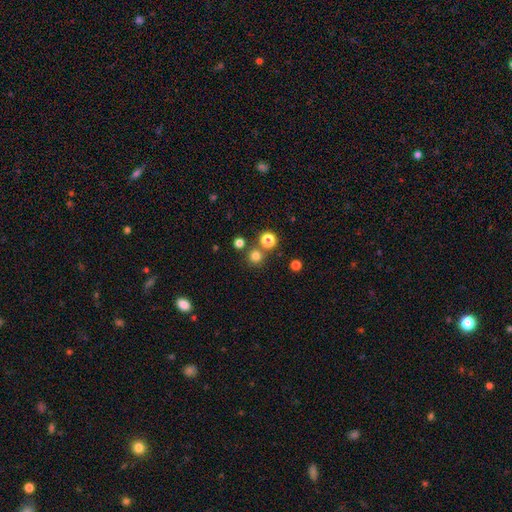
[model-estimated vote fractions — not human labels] A smooth galaxy with no disk features (77%) that is round (94%). Merging: none (75%).